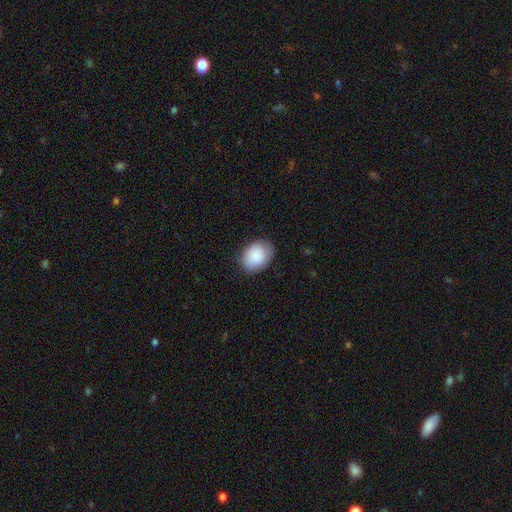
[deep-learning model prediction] smooth 87%, featured or disk 7%, star or artifact 6%. Down the decision tree: how rounded — in between (71%); merging — none (80%).